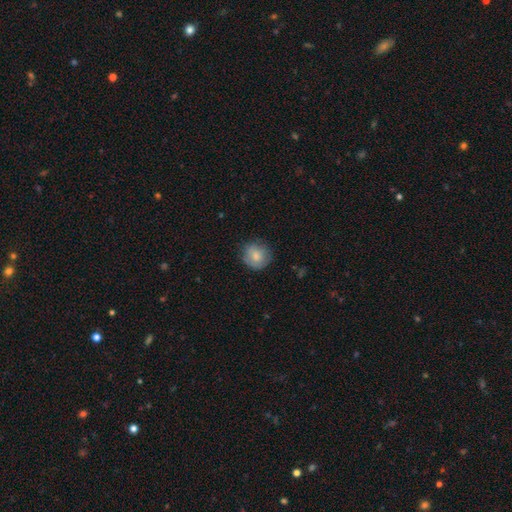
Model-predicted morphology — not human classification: A smooth galaxy with no disk features (78%) that is round (86%). Merging: none (77%).